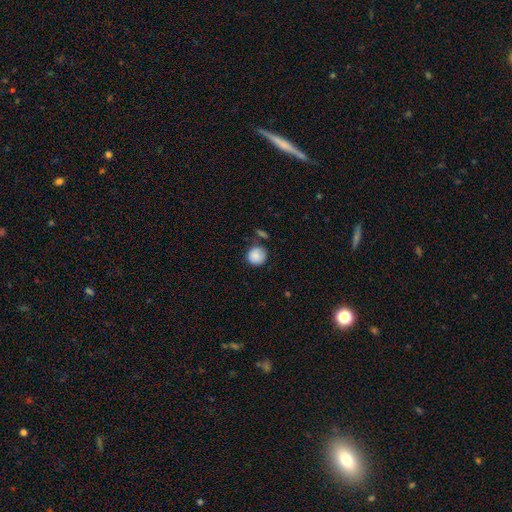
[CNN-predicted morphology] smooth_or_featured: smooth (p=0.86) [alt: star or artifact p=0.07]
how_rounded: round (p=0.91) [alt: in between p=0.08]
merging: none (p=0.70) [alt: minor disturbance p=0.18]